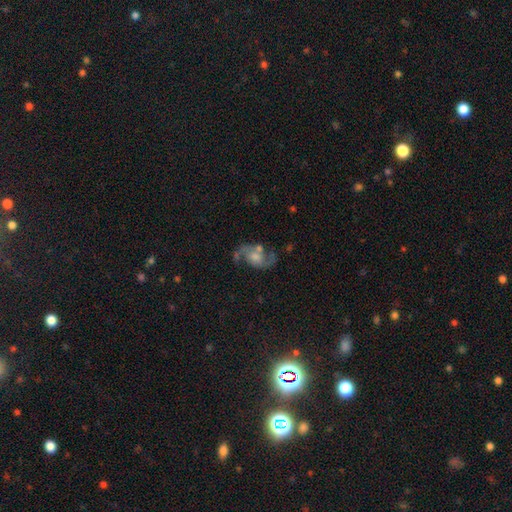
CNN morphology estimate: Smooth or featured?
  - featured or disk: 79% *
  - smooth: 13%
  - star or artifact: 8%
Edge-on disk?
  - no: 97% *
  - yes: 3%
Bar?
  - no: 62% *
  - weak: 32%
  - strong: 6%
Spiral arms?
  - yes: 93% *
  - no: 7%
Spiral winding?
  - loose: 51% *
  - medium: 40%
  - tight: 9%
Spiral arm count?
  - 2: 91% *
  - can't tell: 3%
  - 1: 3%
  - 3: 1%
  - 4: 1%
  - more than 4: 1%
Bulge size?
  - moderate: 39% *
  - small: 23%
  - large: 21%
  - none: 15%
  - dominant: 3%
Merging?
  - none: 57% *
  - minor disturbance: 19%
  - major disturbance: 14%
  - merger: 11%